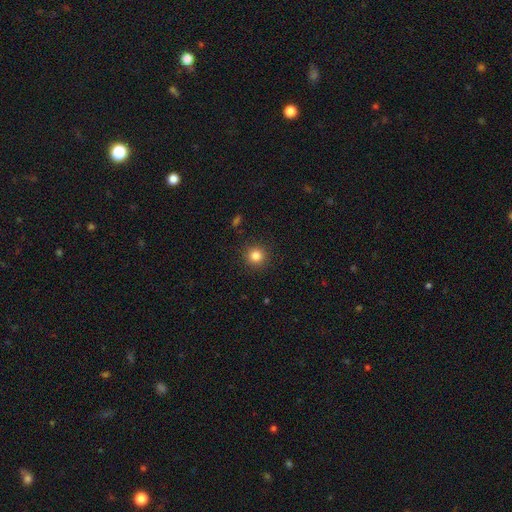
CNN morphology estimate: Smooth or featured? smooth (83%)
How rounded? round (94%)
Merging? none (91%)